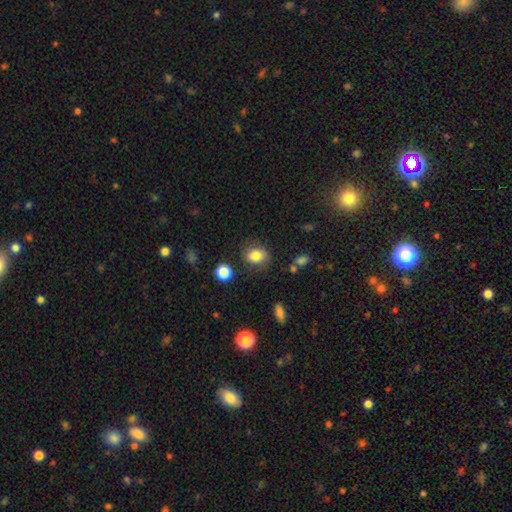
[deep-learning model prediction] This appears to be a smooth galaxy with no disk features (83%) that is in between round and cigar-shaped (56%). Merging: none (79%).